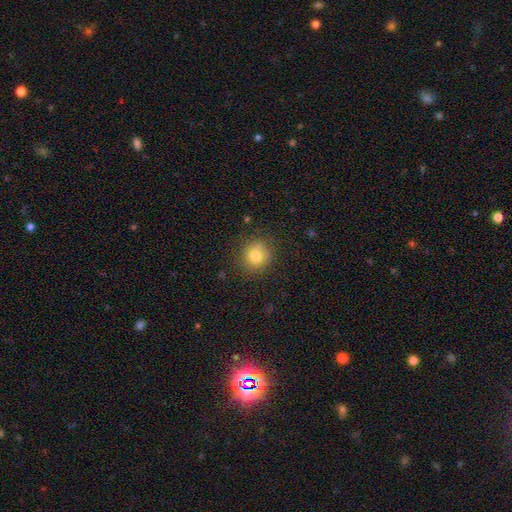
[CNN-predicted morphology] smooth_or_featured: smooth (p=0.79) [alt: star or artifact p=0.12]
how_rounded: round (p=0.84) [alt: in between p=0.15]
merging: none (p=0.82) [alt: minor disturbance p=0.13]